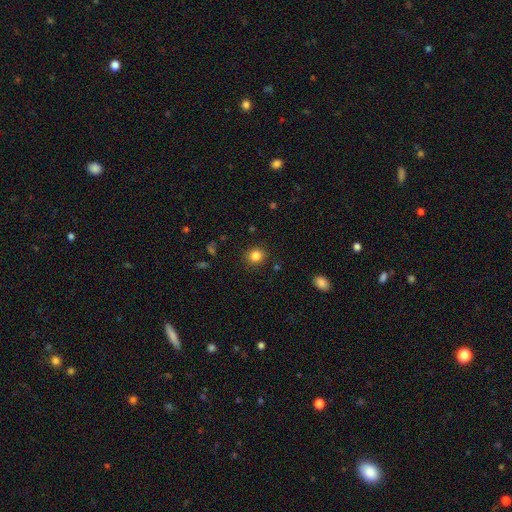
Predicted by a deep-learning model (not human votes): This is clearly a smooth galaxy (84%). How rounded: clearly round (82%). Merging: clearly none (89%).